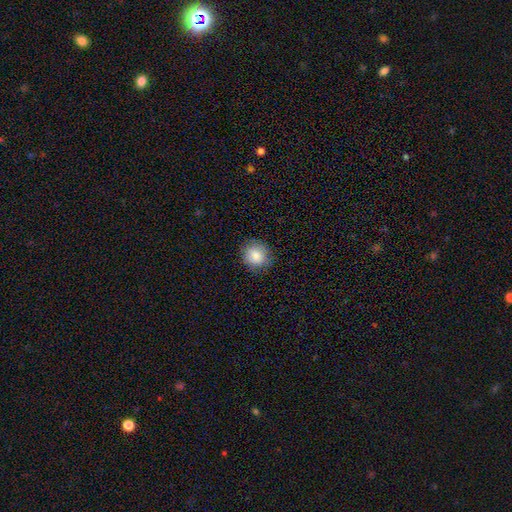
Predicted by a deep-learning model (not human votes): Smooth or featured: smooth — 85% (star or artifact — 9%)
How rounded: round — 83% (in between — 16%)
Merging: none — 85% (minor disturbance — 11%)